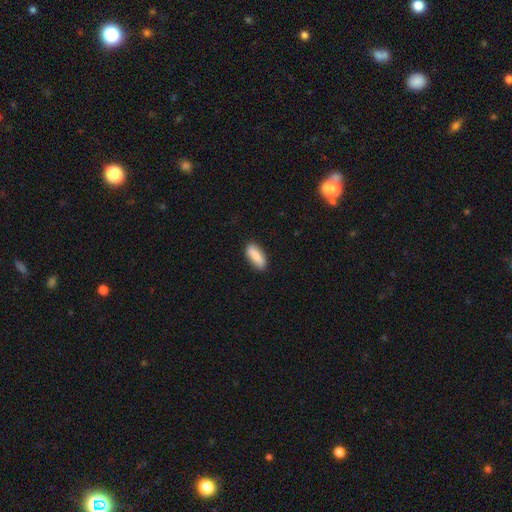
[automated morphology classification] This appears to be a smooth galaxy with no disk features (82%) that is in between round and cigar-shaped (71%). Merging: none (86%).